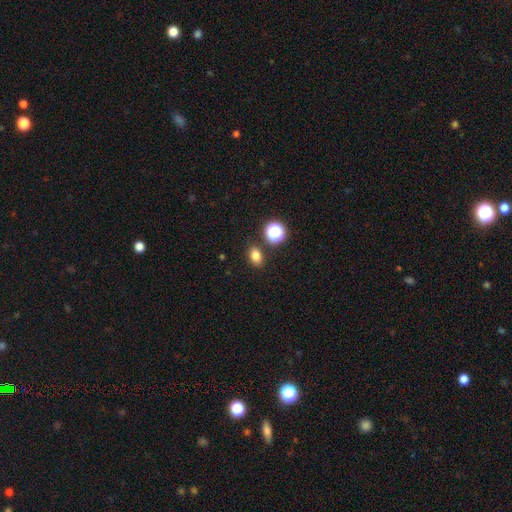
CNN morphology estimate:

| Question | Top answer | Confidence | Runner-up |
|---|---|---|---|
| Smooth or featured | smooth | 78% | star or artifact (15%) |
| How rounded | in between | 68% | round (30%) |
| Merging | none | 83% | minor disturbance (9%) |